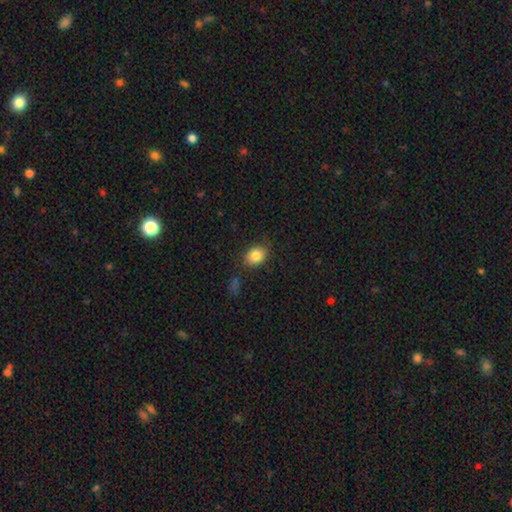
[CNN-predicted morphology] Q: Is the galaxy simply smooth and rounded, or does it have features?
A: smooth — 84%.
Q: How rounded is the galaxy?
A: in between — 62%.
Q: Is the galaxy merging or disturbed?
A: none — 80%.